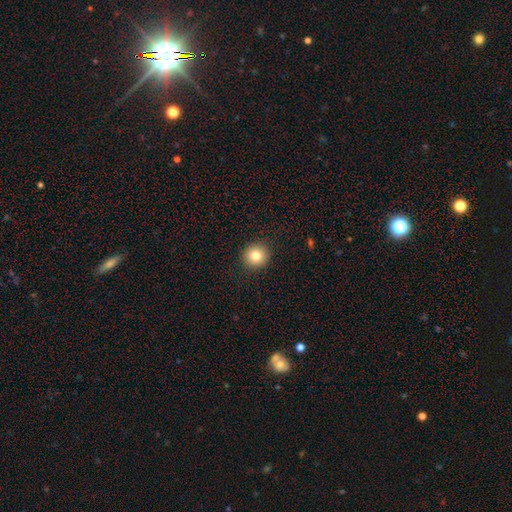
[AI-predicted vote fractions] A smooth galaxy with no disk features (83%) that is round (91%).

Vote fractions:
- Smooth or featured? smooth: 83% / star or artifact: 11% / featured or disk: 7%
- How rounded? round: 91% / in between: 8% / cigar-shaped: 1%
- Merging? none: 92% / minor disturbance: 5% / major disturbance: 2% / merger: 1%